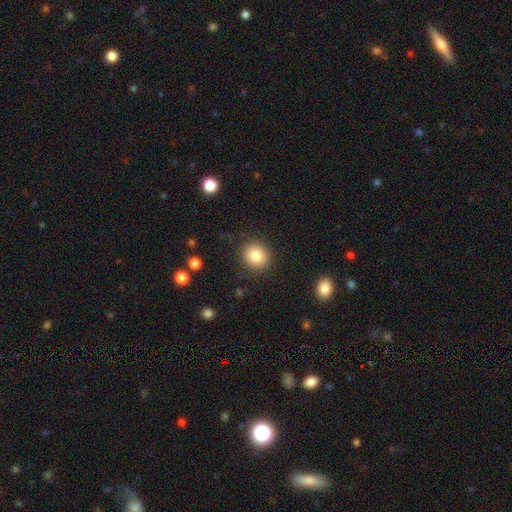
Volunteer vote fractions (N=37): Smooth or featured?
  - smooth: 84% *
  - featured or disk: 11%
  - star or artifact: 5%
How rounded?
  - round: 90% *
  - in between: 10%
  - cigar-shaped: 0%
Merging?
  - none: 86% *
  - minor disturbance: 11%
  - merger: 3%
  - major disturbance: 0%